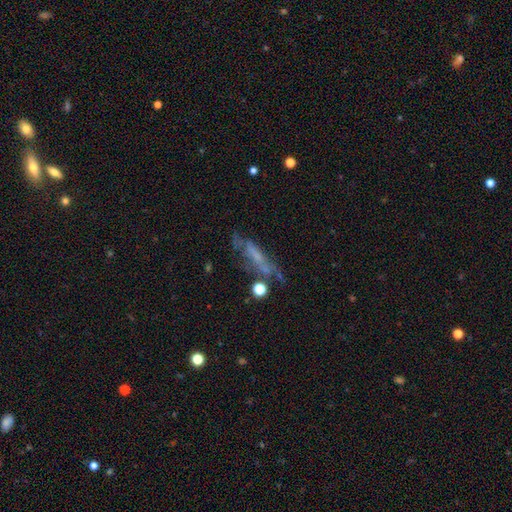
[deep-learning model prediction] This is possibly a featured or disk galaxy (52%). It is possibly not viewed edge-on (59%). Merging: marginally none (45%).